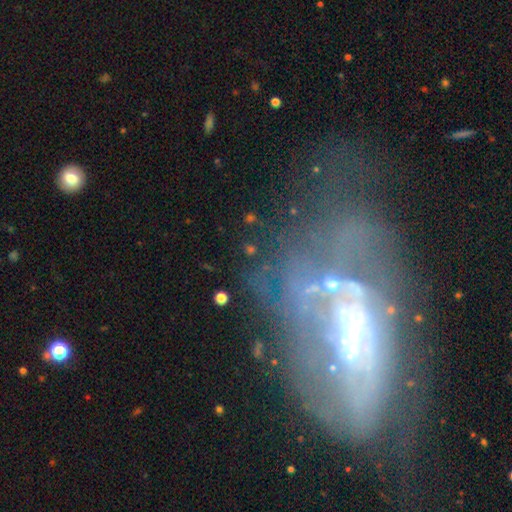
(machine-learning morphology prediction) This is likely a featured or disk galaxy (69%). It is clearly not viewed edge-on (88%). Bar: likely no (62%). Spiral arm pattern: likely no (63%). Central bulge: possibly moderate (59%). Merging: marginally major disturbance (39%).